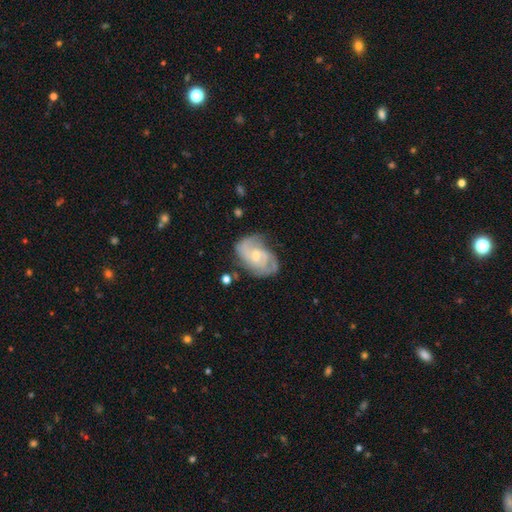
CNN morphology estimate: Smooth or featured: featured or disk — 80% (smooth — 15%)
Edge-on disk: no — 97% (yes — 3%)
Bar: no — 58% (weak — 37%)
Spiral arms: yes — 91% (no — 9%)
Spiral winding: medium — 42% (tied with tight — 42%)
Spiral arm count: 2 — 39% (can't tell — 29%)
Bulge size: small — 50% (moderate — 45%)
Merging: none — 60% (minor disturbance — 25%)